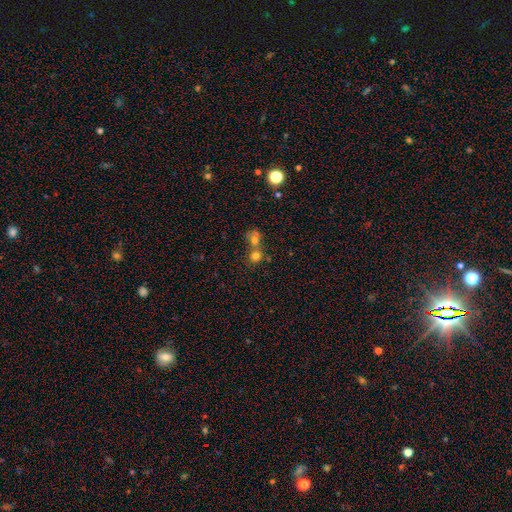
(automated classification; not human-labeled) Smooth or featured? smooth (72%)
How rounded? round (84%)
Merging? merger (52%)